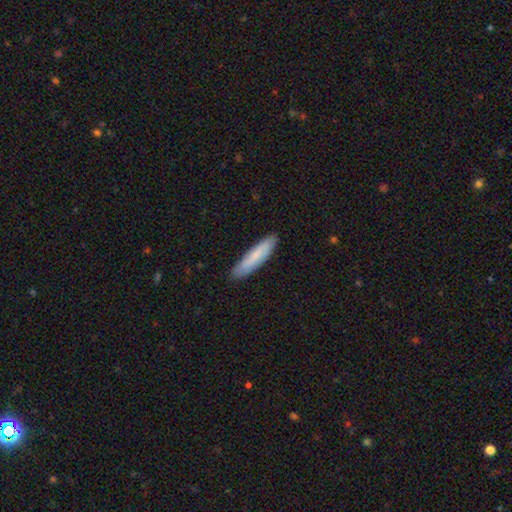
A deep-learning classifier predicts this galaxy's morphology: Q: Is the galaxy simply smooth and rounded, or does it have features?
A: smooth — 77%.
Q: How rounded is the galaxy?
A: cigar-shaped — 81%.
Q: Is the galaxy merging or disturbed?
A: none — 89%.